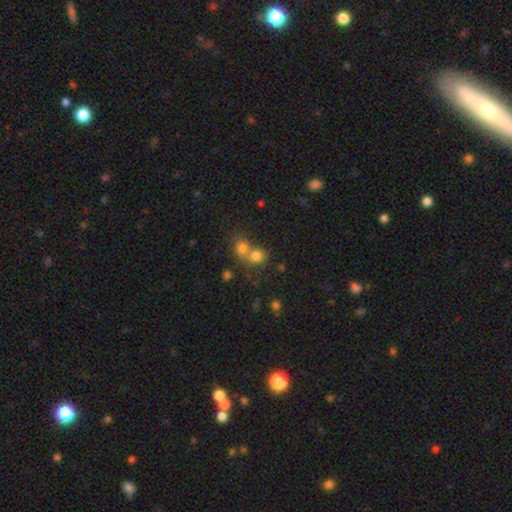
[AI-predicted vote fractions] Smooth or featured? smooth (75%)
How rounded? round (78%)
Merging? merger (56%)